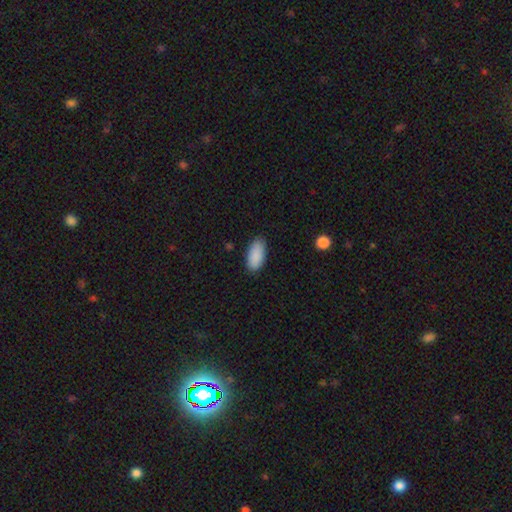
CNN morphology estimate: Smooth or featured? smooth (90%)
How rounded? in between (93%)
Merging? none (86%)